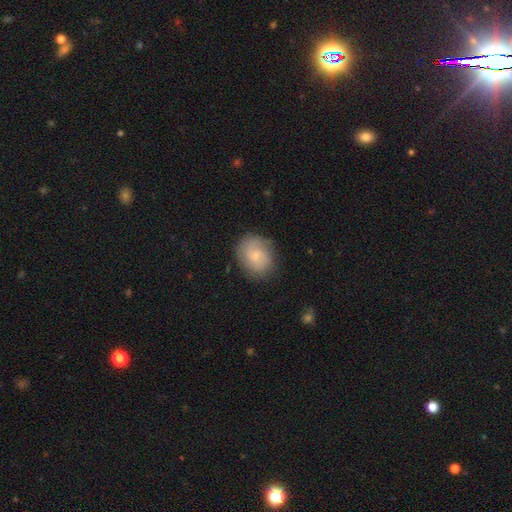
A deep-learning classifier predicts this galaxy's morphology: Q: Smooth or featured?
A: smooth (55%); runner-up: featured or disk (38%)
Q: How rounded?
A: round (55%); runner-up: in between (44%)
Q: Merging?
A: none (76%); runner-up: minor disturbance (18%)